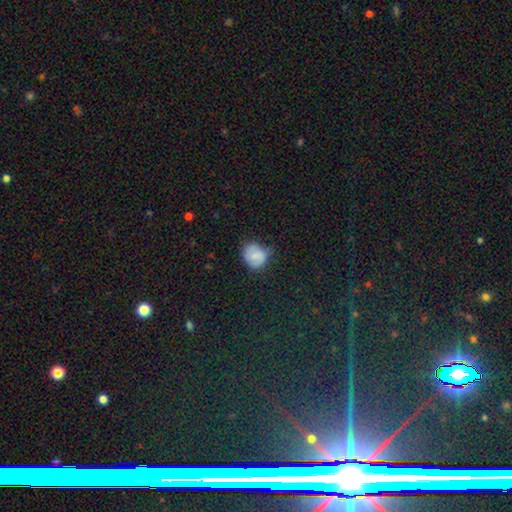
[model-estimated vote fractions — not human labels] smooth-or-featured: smooth: 72% | featured or disk: 19% | star or artifact: 10%
  how-rounded: round: 73% | in between: 26% | cigar-shaped: 1%
  merging: none: 53% | minor disturbance: 36% | major disturbance: 9% | merger: 2%